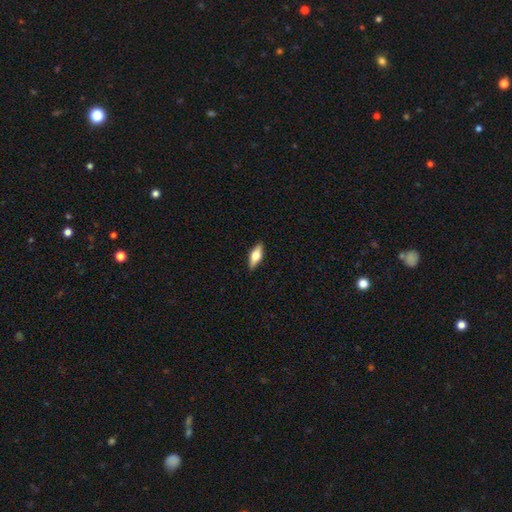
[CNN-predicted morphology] Q: Smooth or featured?
A: smooth (52%); runner-up: featured or disk (41%)
Q: How rounded?
A: in between (67%); runner-up: cigar-shaped (30%)
Q: Merging?
A: none (89%); runner-up: minor disturbance (9%)